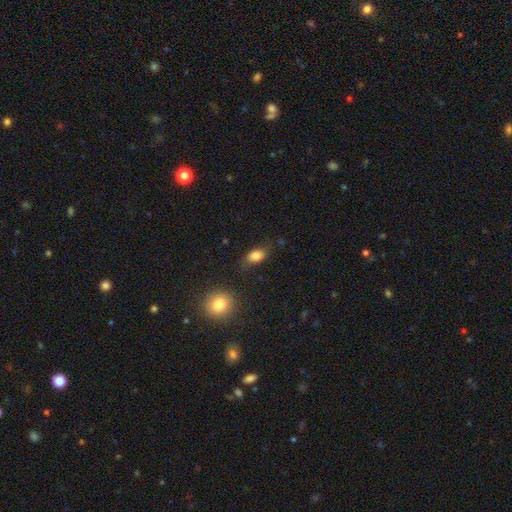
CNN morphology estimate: smooth_or_featured: smooth (p=0.84) [alt: star or artifact p=0.09]
how_rounded: in between (p=0.80) [alt: round p=0.17]
merging: none (p=0.71) [alt: minor disturbance p=0.20]